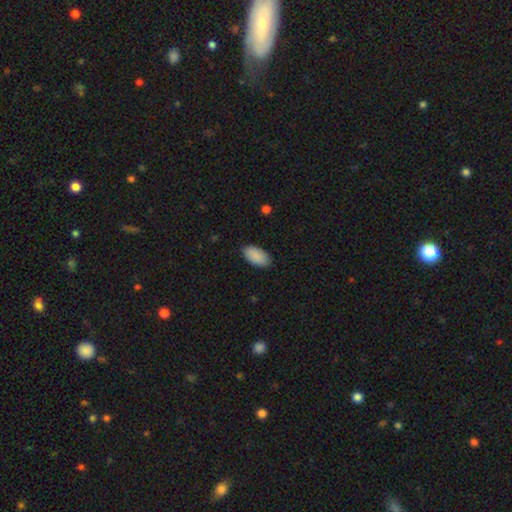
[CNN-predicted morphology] Smooth or featured? smooth (90%)
How rounded? in between (95%)
Merging? none (86%)